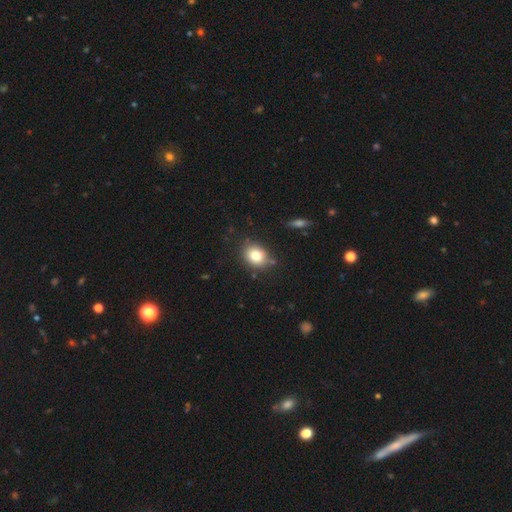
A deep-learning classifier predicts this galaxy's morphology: type=smooth (80%); roundness=round (55%); merging=none (80%).